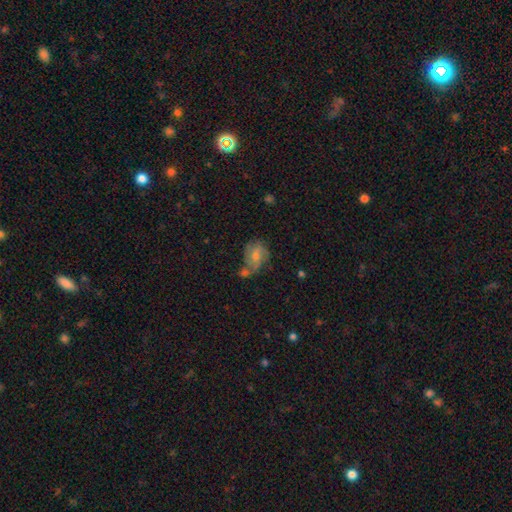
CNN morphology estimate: featured or disk 57%, smooth 30%, star or artifact 13%. Down the decision tree: edge-on disk — no (97%); bar — no (55%); spiral arms — yes (80%); bulge size — moderate (46%); merging — none (45%).